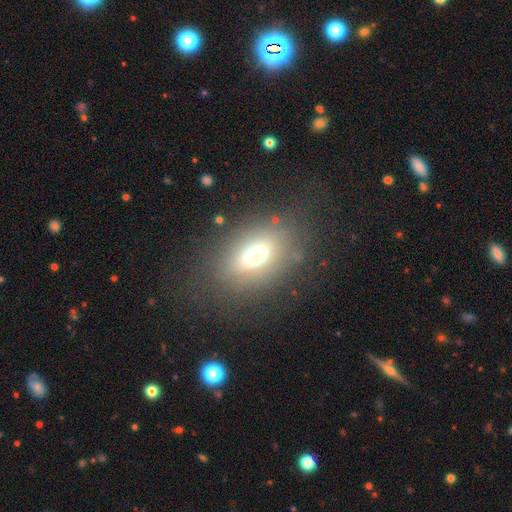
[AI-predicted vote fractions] Smooth or featured?
  - smooth: 64% *
  - featured or disk: 20%
  - star or artifact: 16%
How rounded?
  - in between: 72% *
  - round: 24%
  - cigar-shaped: 4%
Merging?
  - none: 78% *
  - minor disturbance: 12%
  - major disturbance: 8%
  - merger: 2%